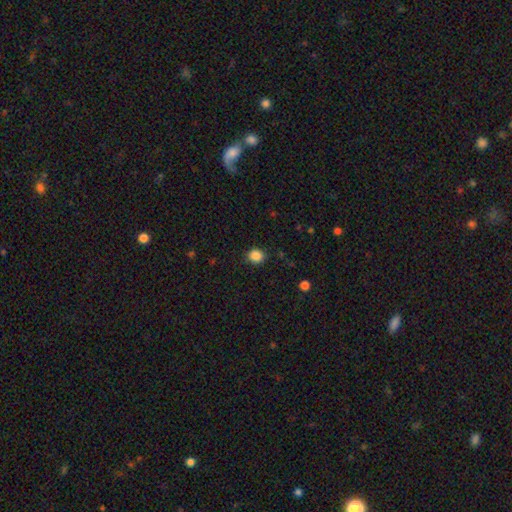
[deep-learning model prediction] This is clearly a smooth galaxy (86%). How rounded: likely round (79%). Merging: clearly none (88%).